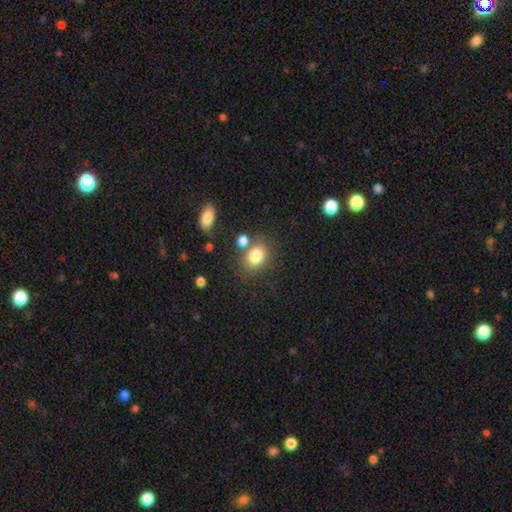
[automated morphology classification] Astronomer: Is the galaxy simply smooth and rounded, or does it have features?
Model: smooth — 81%.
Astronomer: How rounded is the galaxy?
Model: in between — 55% (runner-up: round, 44%).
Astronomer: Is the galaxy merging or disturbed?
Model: none — 64%.